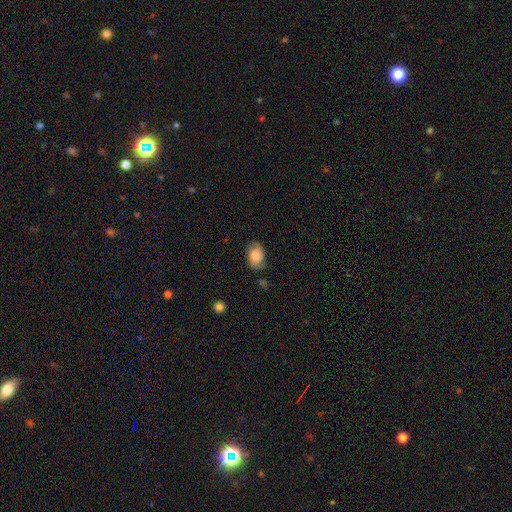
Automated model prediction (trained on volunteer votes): A smooth galaxy with no disk features (77%) that is in between round and cigar-shaped (82%). Merging: none (70%).